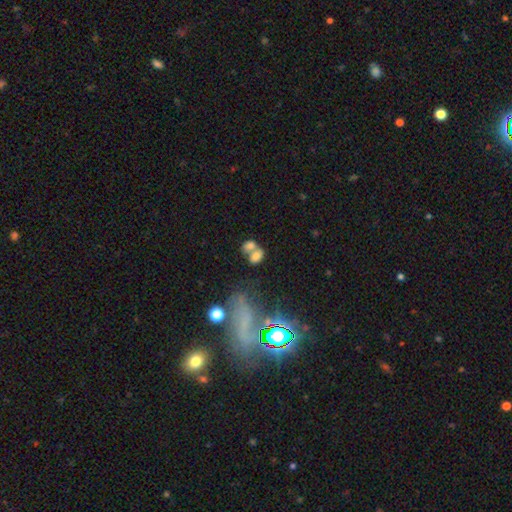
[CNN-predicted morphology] This is likely a smooth galaxy (65%). How rounded: likely in between (77%). Merging: likely merger (63%).